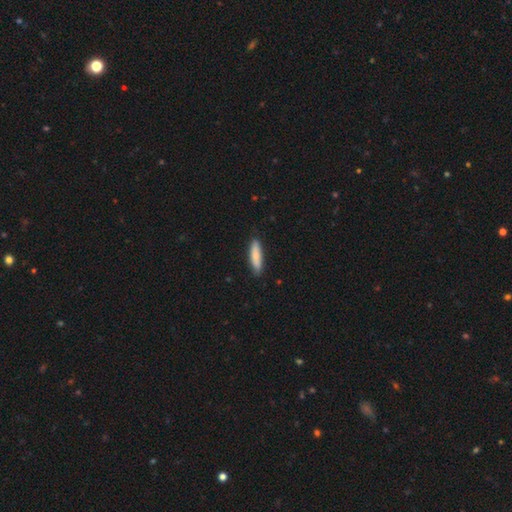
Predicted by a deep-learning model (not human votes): Smooth or featured? smooth (83%)
How rounded? cigar-shaped (74%)
Merging? none (87%)